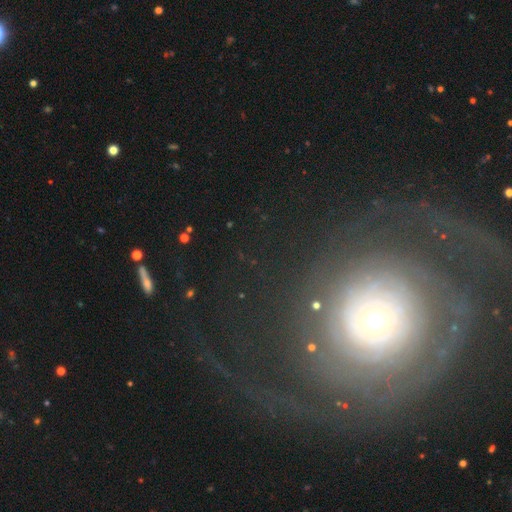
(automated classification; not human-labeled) Overall: featured or disk (65%). Edge-on disk: no (95%). Bar: no (86%). Spiral arms: yes (65%; no 35%). Bulge size: small (57%; moderate 29%). Merging: none (62%; major disturbance 23%).